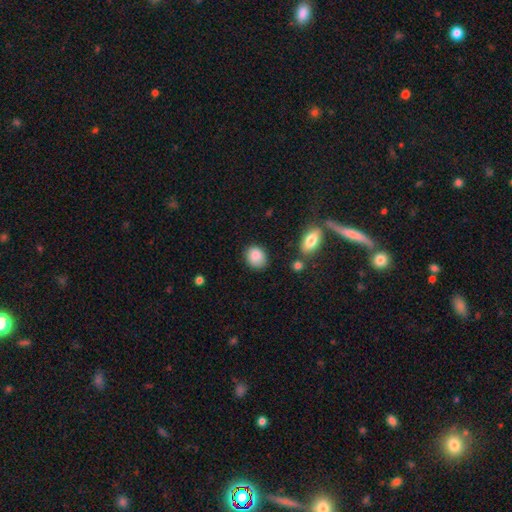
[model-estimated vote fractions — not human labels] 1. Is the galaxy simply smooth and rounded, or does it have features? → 88% smooth, 8% star or artifact, 4% featured or disk.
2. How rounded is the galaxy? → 51% round, 48% in between, 1% cigar-shaped.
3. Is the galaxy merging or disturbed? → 76% none, 17% minor disturbance, 4% major disturbance, 3% merger.